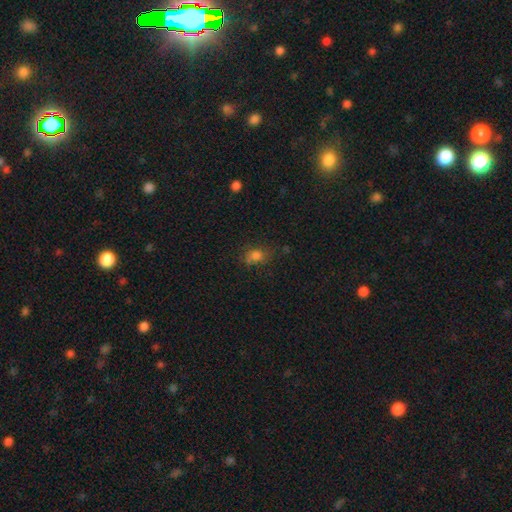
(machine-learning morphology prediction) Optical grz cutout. It shows a smooth galaxy with no disk features (75%) that is in between round and cigar-shaped (59%). Merging: none (61%).